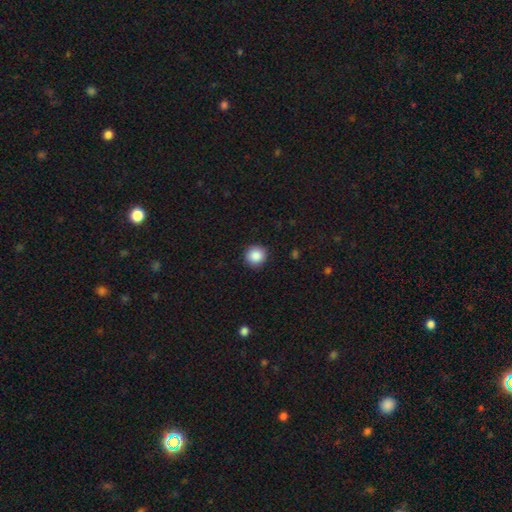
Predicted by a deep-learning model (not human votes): A smooth galaxy with no disk features (88%) that is round (93%). Merging: none (91%).